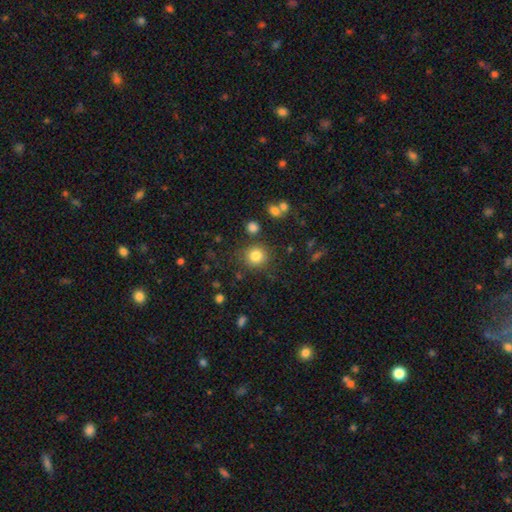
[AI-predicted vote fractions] smooth-or-featured: smooth: 81% | star or artifact: 12% | featured or disk: 6%
  how-rounded: round: 90% | in between: 9% | cigar-shaped: 1%
  merging: none: 82% | minor disturbance: 9% | merger: 4% | major disturbance: 4%